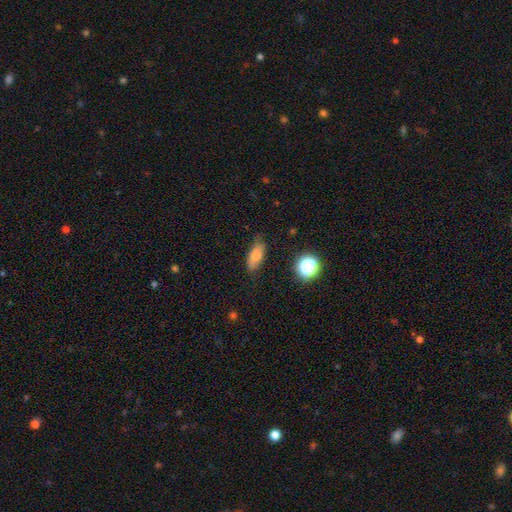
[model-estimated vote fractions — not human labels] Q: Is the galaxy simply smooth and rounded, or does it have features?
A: smooth — 77%.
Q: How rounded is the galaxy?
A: in between — 75%.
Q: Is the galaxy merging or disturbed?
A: none — 73%.